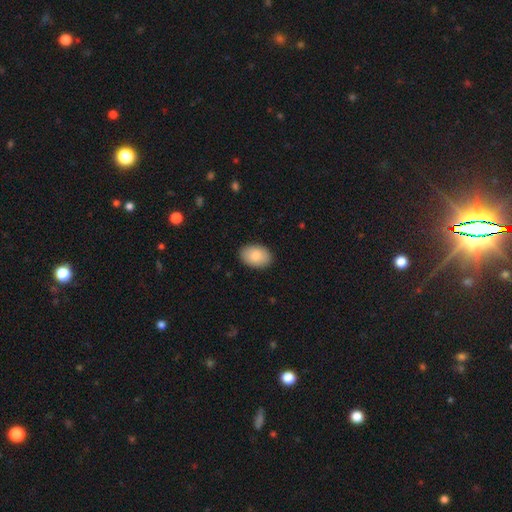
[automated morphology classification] type=smooth (84%); roundness=in between (87%); merging=none (89%).